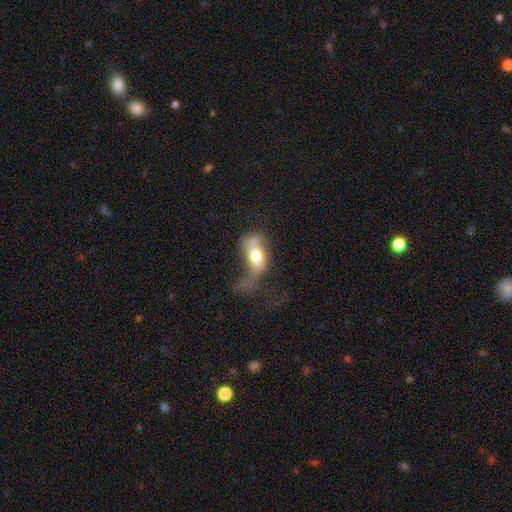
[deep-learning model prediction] Morphology: type=smooth (59%); roundness=in between (85%); merging=major disturbance (48%).